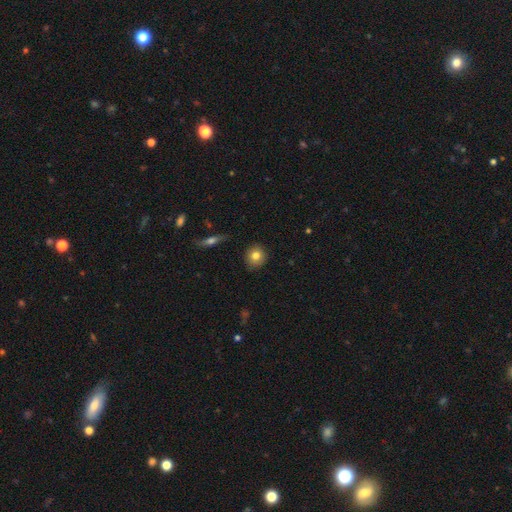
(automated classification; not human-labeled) The model was most divided on "smooth or featured": smooth: 80%, featured or disk: 11%, star or artifact: 9%. More confident: merging — none (89%); how rounded — round (86%).